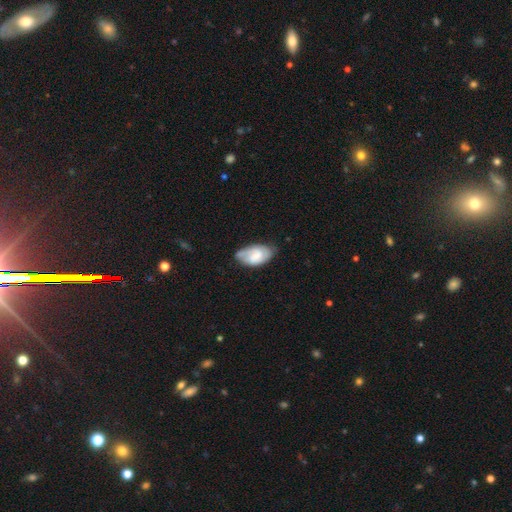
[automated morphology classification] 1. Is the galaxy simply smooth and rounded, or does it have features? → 53% smooth, 41% featured or disk, 7% star or artifact.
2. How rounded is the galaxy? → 93% in between, 5% round, 2% cigar-shaped.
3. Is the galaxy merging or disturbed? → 53% none, 35% minor disturbance, 9% major disturbance, 2% merger.